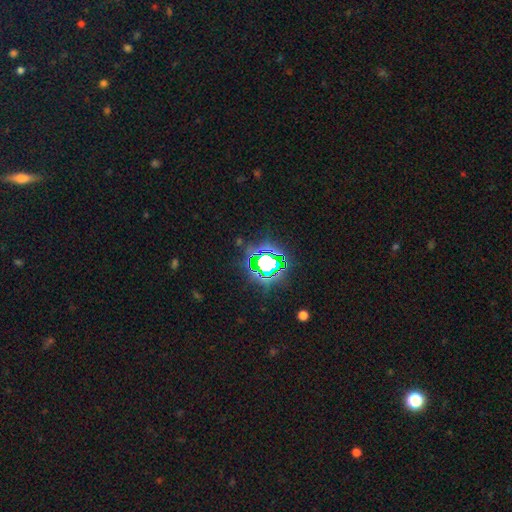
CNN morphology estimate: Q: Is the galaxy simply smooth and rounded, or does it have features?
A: star or artifact — 73%.